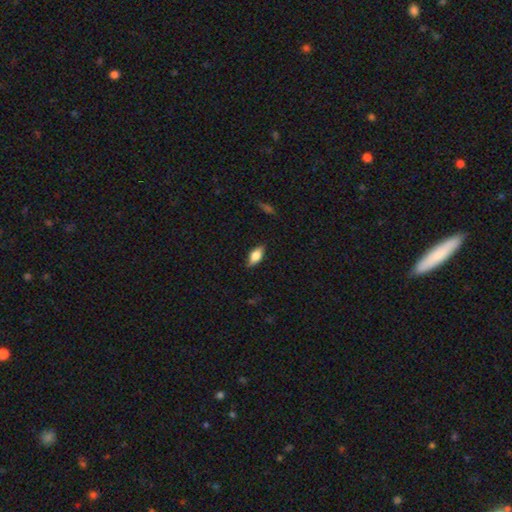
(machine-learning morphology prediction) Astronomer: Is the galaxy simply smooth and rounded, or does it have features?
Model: smooth — 62%.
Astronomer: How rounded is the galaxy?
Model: in between — 82%.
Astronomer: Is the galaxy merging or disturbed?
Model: none — 83%.